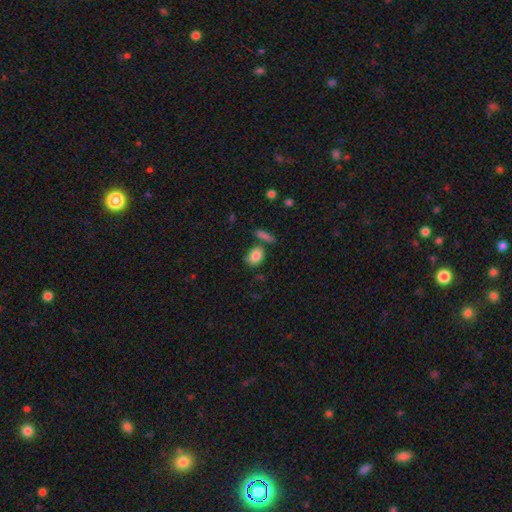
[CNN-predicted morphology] The model was most divided on "how rounded": in between: 66%, round: 31%, cigar-shaped: 3%. More confident: smooth or featured — smooth (84%); merging — none (57%).